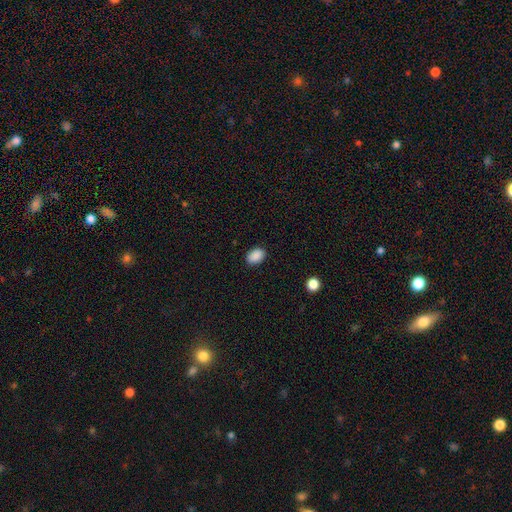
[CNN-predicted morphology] smooth-or-featured: smooth: 90% | star or artifact: 8% | featured or disk: 3%
  how-rounded: in between: 83% | round: 16% | cigar-shaped: 1%
  merging: none: 88% | minor disturbance: 9% | major disturbance: 2% | merger: 1%